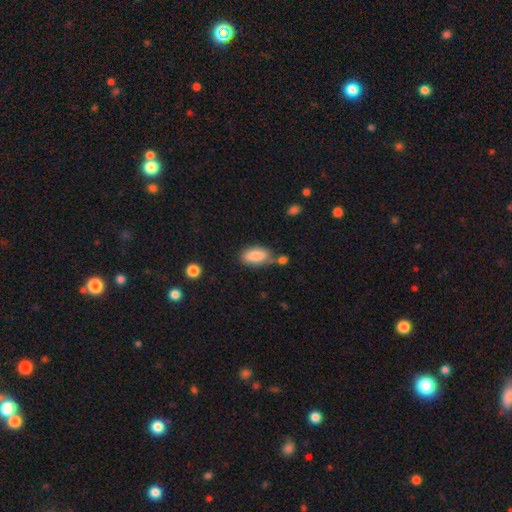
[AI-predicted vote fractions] smooth_or_featured: smooth (p=0.85) [alt: featured or disk p=0.08]
how_rounded: in between (p=0.88) [alt: cigar-shaped p=0.09]
merging: none (p=0.55) [alt: minor disturbance p=0.20]